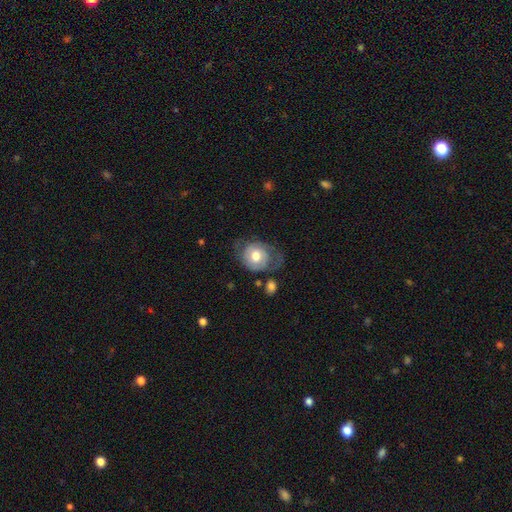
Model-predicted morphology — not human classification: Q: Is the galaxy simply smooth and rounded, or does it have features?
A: featured or disk — 48%.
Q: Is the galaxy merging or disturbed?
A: none — 40%.